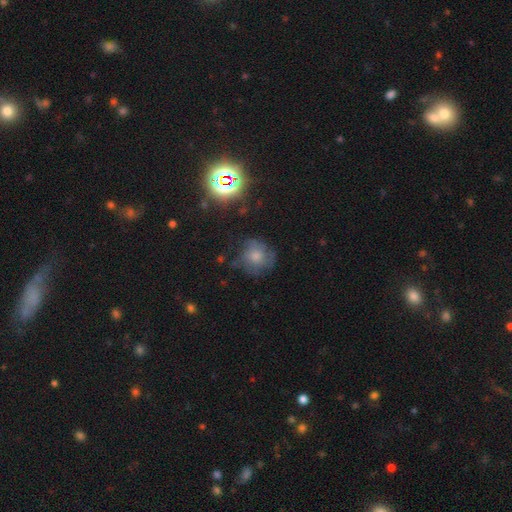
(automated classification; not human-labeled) smooth 56%, featured or disk 29%, star or artifact 15%. Down the decision tree: how rounded — round (85%); merging — none (60%).